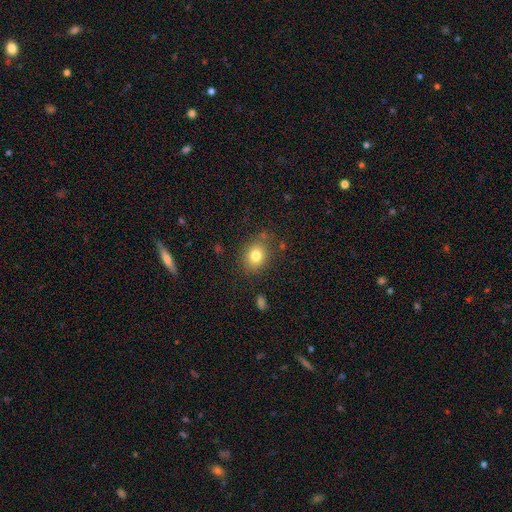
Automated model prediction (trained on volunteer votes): This appears to be a smooth galaxy with no disk features (80%) that is round (55%). Merging: none (81%).